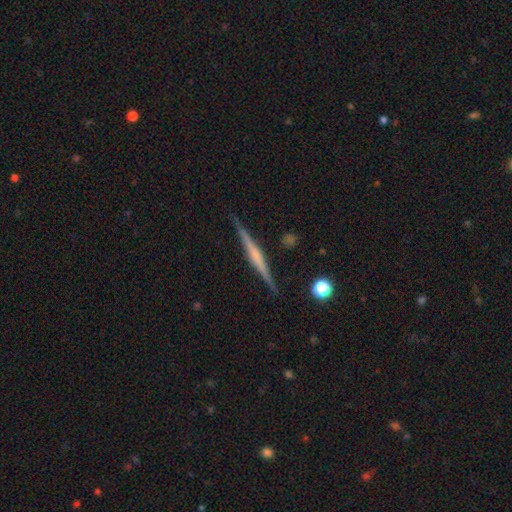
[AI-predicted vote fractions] The model was most divided on "edge-on bulge": rounded: 46%, none: 36%, boxy: 18%. More confident: edge-on disk — yes (98%); merging — none (90%); smooth or featured — featured or disk (72%).